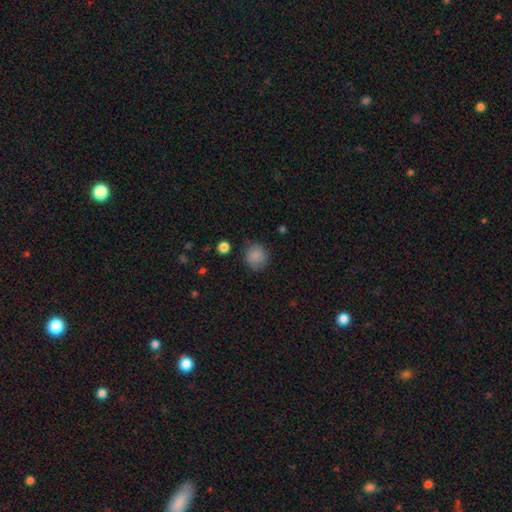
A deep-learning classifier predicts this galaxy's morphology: smooth-or-featured: smooth: 86% | star or artifact: 9% | featured or disk: 4%
  how-rounded: round: 85% | in between: 14% | cigar-shaped: 1%
  merging: none: 83% | minor disturbance: 12% | major disturbance: 3% | merger: 2%